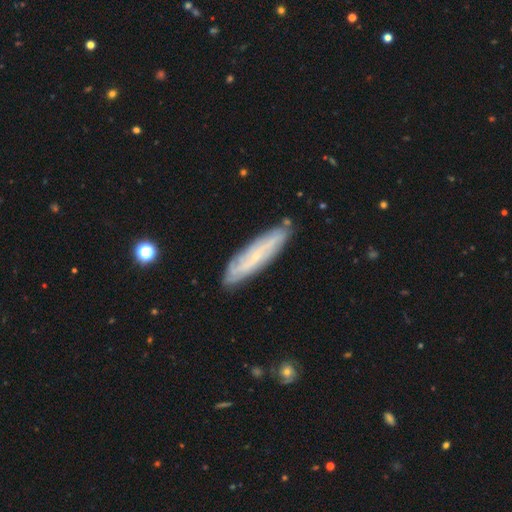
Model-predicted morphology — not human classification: This is possibly a featured or disk galaxy (58%). It is possibly not viewed edge-on (59%). Merging: clearly none (84%).